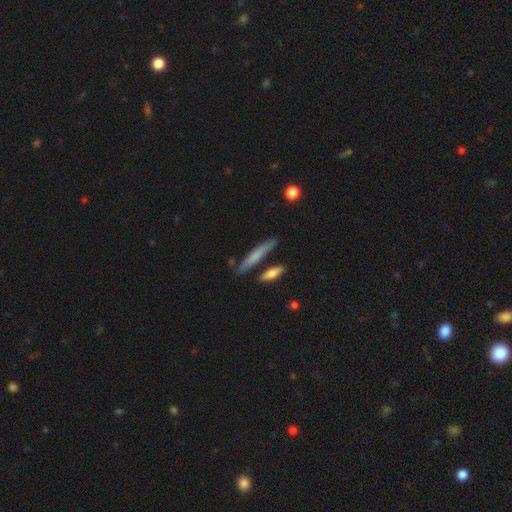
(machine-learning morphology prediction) Smooth or featured?
  - smooth: 64% *
  - featured or disk: 29%
  - star or artifact: 7%
How rounded?
  - cigar-shaped: 91% *
  - in between: 7%
  - round: 2%
Merging?
  - none: 78% *
  - minor disturbance: 13%
  - merger: 6%
  - major disturbance: 3%